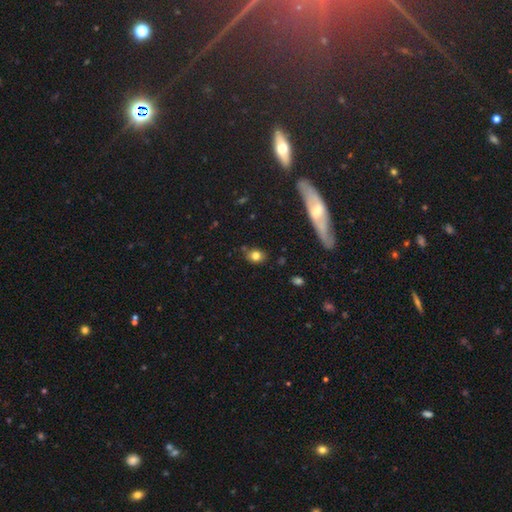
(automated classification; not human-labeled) This is likely a smooth galaxy (79%). How rounded: possibly round (55%). Merging: likely none (77%).